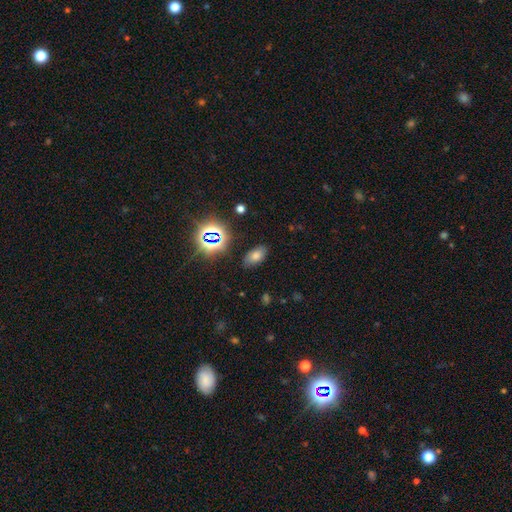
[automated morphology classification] Smooth or featured?
  - smooth: 62% *
  - star or artifact: 27%
  - featured or disk: 11%
How rounded?
  - in between: 89% *
  - round: 7%
  - cigar-shaped: 4%
Merging?
  - none: 85% *
  - minor disturbance: 10%
  - major disturbance: 3%
  - merger: 2%